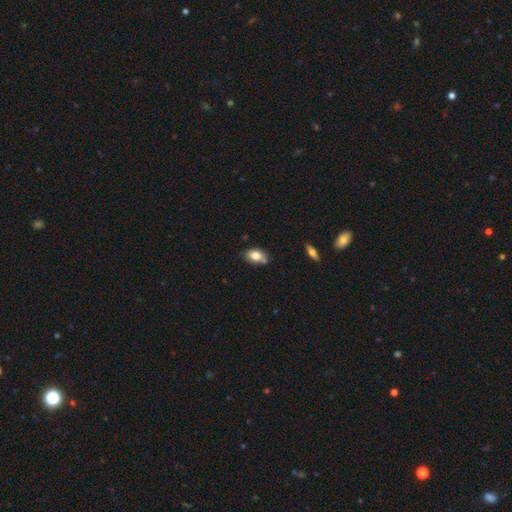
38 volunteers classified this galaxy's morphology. type=smooth (89%); roundness=in between (88%); merging=none (70%).